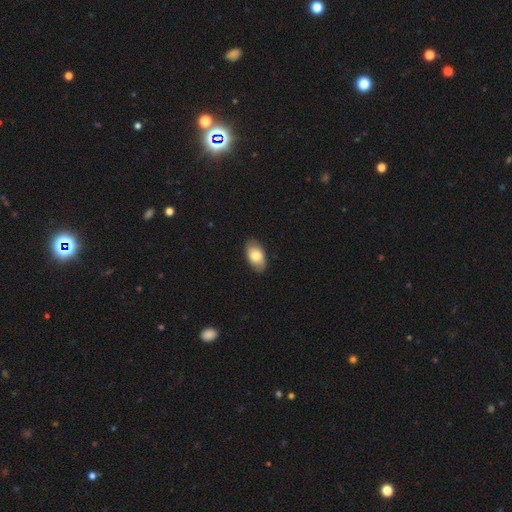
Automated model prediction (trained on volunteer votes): Smooth or featured?
  - smooth: 77% *
  - featured or disk: 17%
  - star or artifact: 6%
How rounded?
  - in between: 93% *
  - round: 5%
  - cigar-shaped: 2%
Merging?
  - none: 86% *
  - minor disturbance: 11%
  - major disturbance: 2%
  - merger: 1%